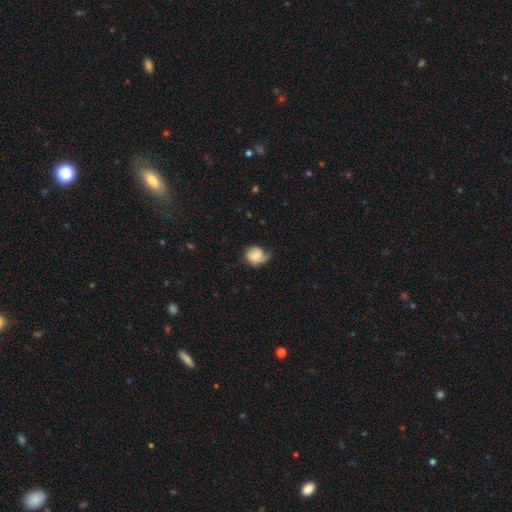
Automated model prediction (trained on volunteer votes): Smooth or featured?
  - smooth: 61% *
  - featured or disk: 31%
  - star or artifact: 7%
How rounded?
  - round: 68% *
  - in between: 31%
  - cigar-shaped: 1%
Merging?
  - none: 39% *
  - minor disturbance: 37%
  - major disturbance: 22%
  - merger: 2%